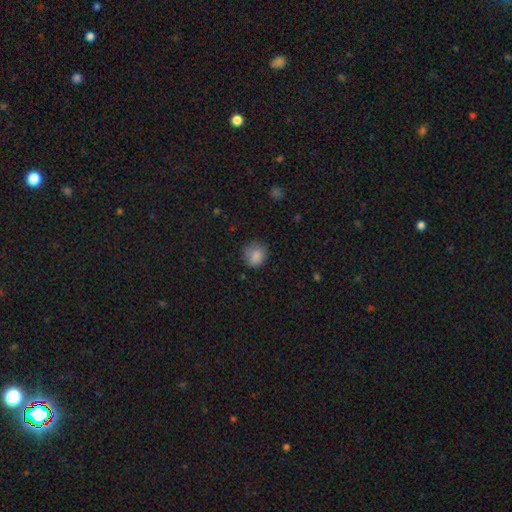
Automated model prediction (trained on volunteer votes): The model was most divided on "how rounded": round: 77%, in between: 22%, cigar-shaped: 1%. More confident: smooth or featured — smooth (85%); merging — none (75%).